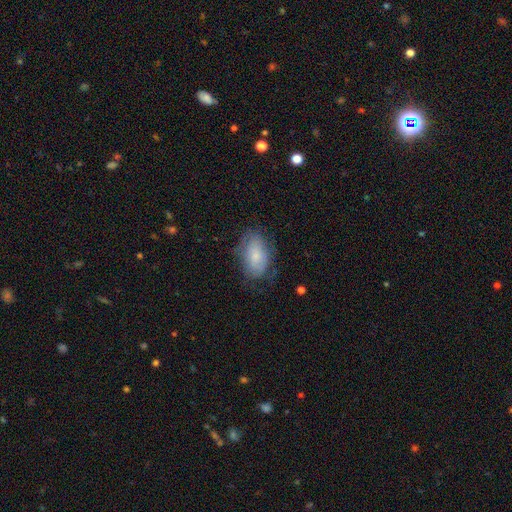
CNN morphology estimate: Smooth or featured? Predicted: smooth (p=0.72). How rounded? Predicted: in between (p=0.91). Merging? Predicted: none (p=0.64).